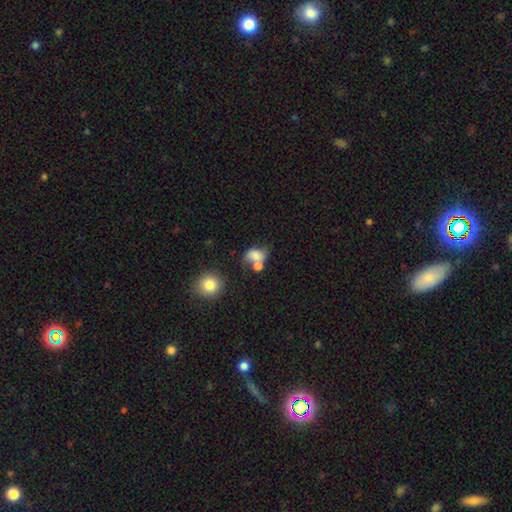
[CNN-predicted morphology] This appears to be a smooth galaxy with no disk features (70%) that is in between round and cigar-shaped (71%). Merging: merger (42%).